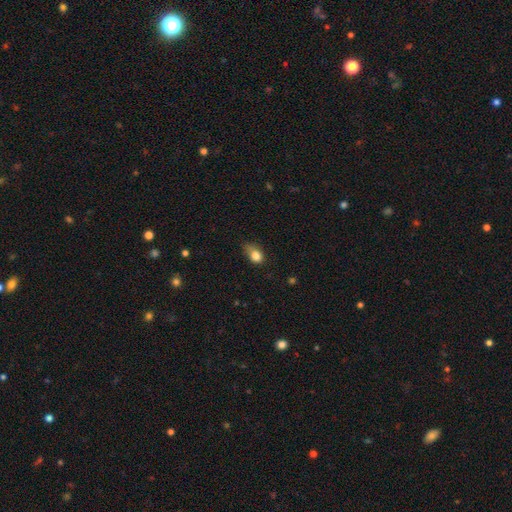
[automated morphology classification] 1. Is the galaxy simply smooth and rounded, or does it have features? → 82% smooth, 10% star or artifact, 8% featured or disk.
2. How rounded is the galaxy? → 66% in between, 32% round, 2% cigar-shaped.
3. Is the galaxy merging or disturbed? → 43% minor disturbance, 35% none, 18% major disturbance, 3% merger.